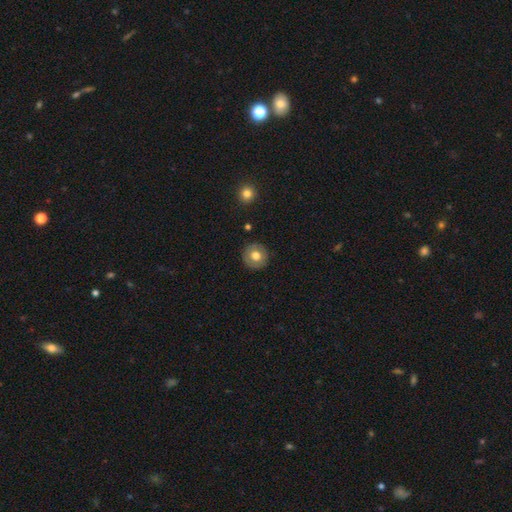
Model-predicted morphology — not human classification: type=smooth (68%); roundness=round (93%); merging=none (88%).